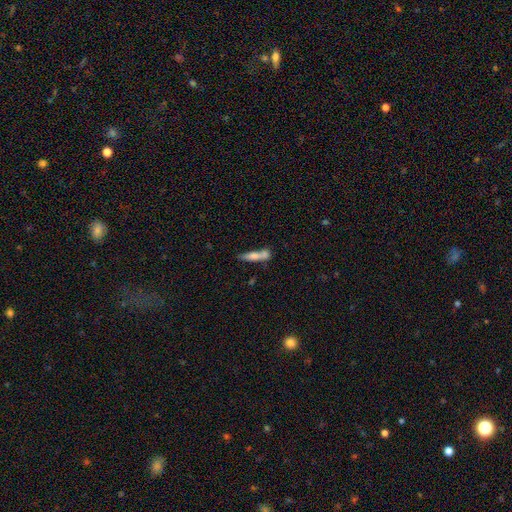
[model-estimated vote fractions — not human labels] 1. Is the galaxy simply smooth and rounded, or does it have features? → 66% smooth, 26% featured or disk, 8% star or artifact.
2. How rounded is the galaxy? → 76% cigar-shaped, 21% in between, 3% round.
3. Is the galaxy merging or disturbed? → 42% none, 35% merger, 16% minor disturbance, 7% major disturbance.